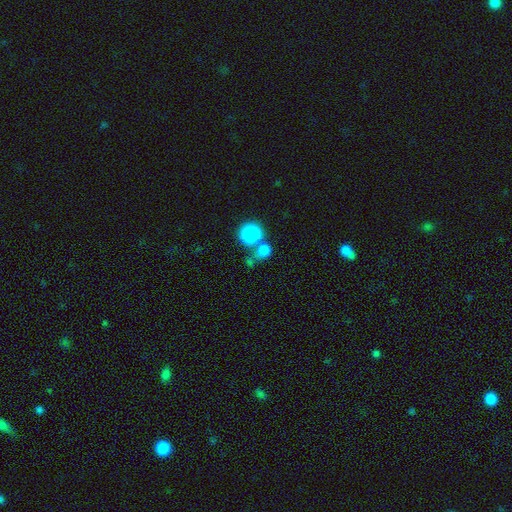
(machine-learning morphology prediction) type=smooth (52%); roundness=round (87%); merging=none (67%).